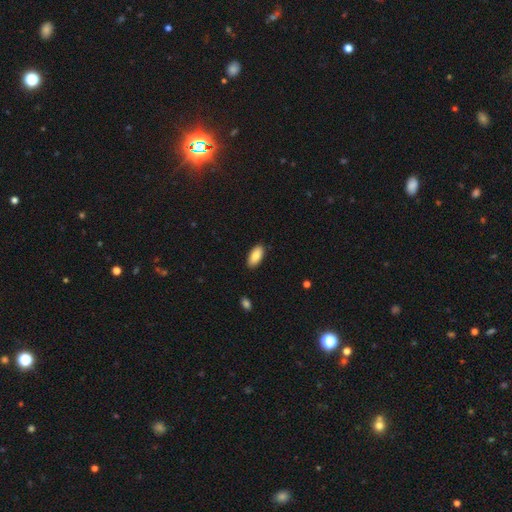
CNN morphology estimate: This appears to be a smooth galaxy with no disk features (85%) that is in between round and cigar-shaped (91%). Merging: none (89%).